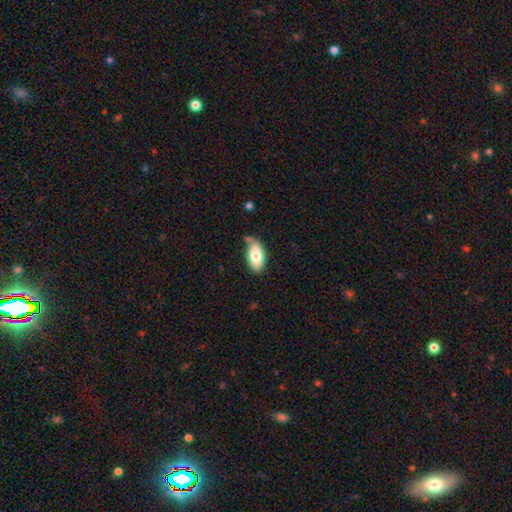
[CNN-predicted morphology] smooth-or-featured: smooth: 78% | featured or disk: 16% | star or artifact: 7%
  how-rounded: in between: 94% | cigar-shaped: 3% | round: 3%
  merging: none: 60% | minor disturbance: 25% | merger: 8% | major disturbance: 6%